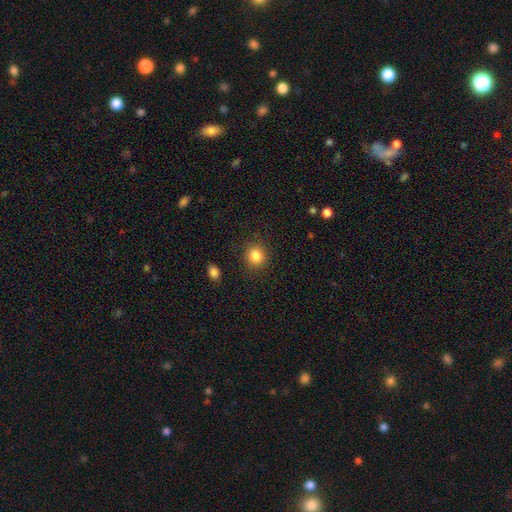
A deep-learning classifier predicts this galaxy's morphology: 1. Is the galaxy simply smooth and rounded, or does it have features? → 84% smooth, 11% star or artifact, 5% featured or disk.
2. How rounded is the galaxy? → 86% round, 13% in between, 1% cigar-shaped.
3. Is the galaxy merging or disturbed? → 89% none, 7% minor disturbance, 3% major disturbance, 1% merger.